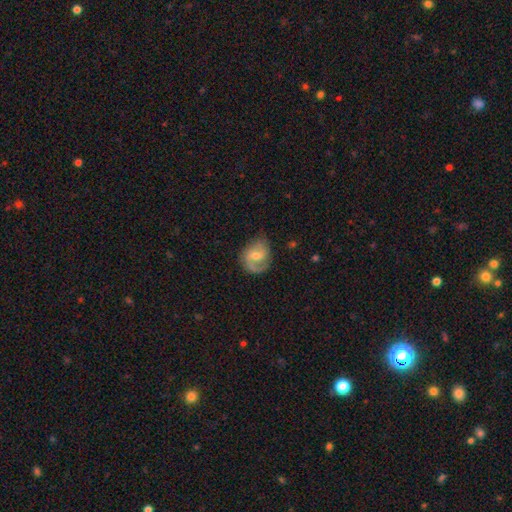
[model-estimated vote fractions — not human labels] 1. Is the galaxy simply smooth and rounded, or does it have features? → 71% featured or disk, 23% smooth, 6% star or artifact.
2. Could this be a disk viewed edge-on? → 97% no, 3% yes.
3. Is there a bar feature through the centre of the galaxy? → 49% weak, 39% no, 12% strong.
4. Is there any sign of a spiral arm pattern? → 90% yes, 10% no.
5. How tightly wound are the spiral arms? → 45% medium, 30% tight, 25% loose.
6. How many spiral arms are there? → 63% 2, 24% 1, 9% can't tell, 2% 3, 1% 4, 1% more than 4.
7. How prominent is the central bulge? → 55% moderate, 40% small, 2% large, 2% none, 1% dominant.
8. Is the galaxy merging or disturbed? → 67% none, 22% minor disturbance, 9% major disturbance, 1% merger.